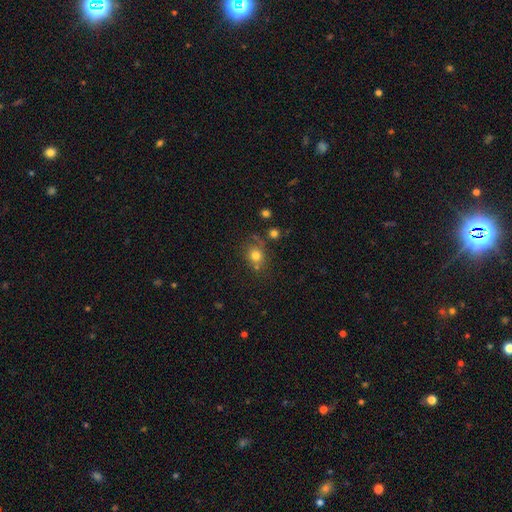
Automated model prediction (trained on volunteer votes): Q: Smooth or featured?
A: smooth (76%); runner-up: star or artifact (14%)
Q: How rounded?
A: round (75%); runner-up: in between (24%)
Q: Merging?
A: none (65%); runner-up: minor disturbance (17%)